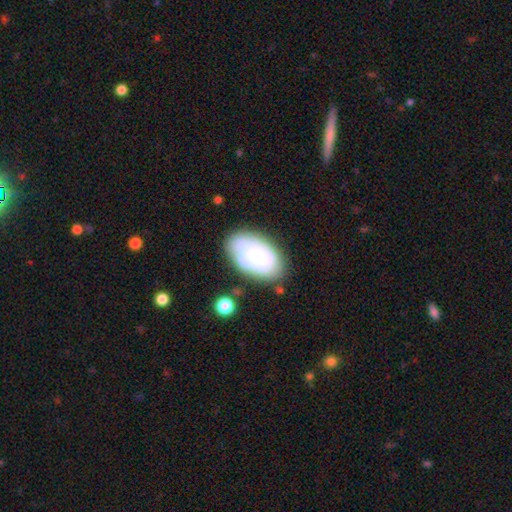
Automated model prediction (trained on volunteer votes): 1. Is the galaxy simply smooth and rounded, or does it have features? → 58% featured or disk, 35% smooth, 7% star or artifact.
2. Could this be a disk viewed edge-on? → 96% no, 4% yes.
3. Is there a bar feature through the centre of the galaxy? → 79% no, 17% weak, 3% strong.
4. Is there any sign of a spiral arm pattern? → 70% yes, 30% no.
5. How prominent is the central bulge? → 61% small, 25% moderate, 10% none, 3% large, 2% dominant.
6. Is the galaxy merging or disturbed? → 72% none, 19% minor disturbance, 6% major disturbance, 3% merger.